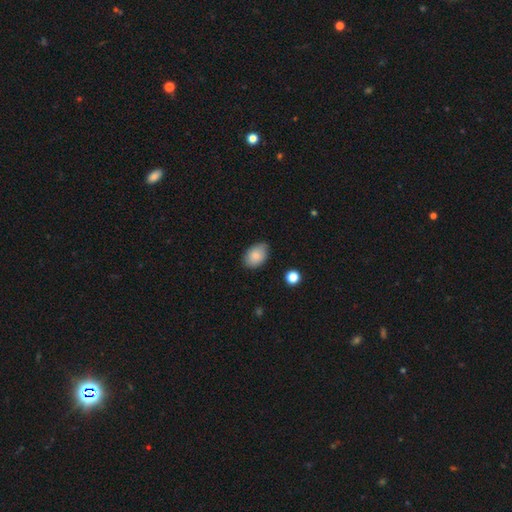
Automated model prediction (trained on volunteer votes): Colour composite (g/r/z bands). It shows a smooth galaxy with no disk features (83%) that is in between round and cigar-shaped (84%). Merging: none (78%).